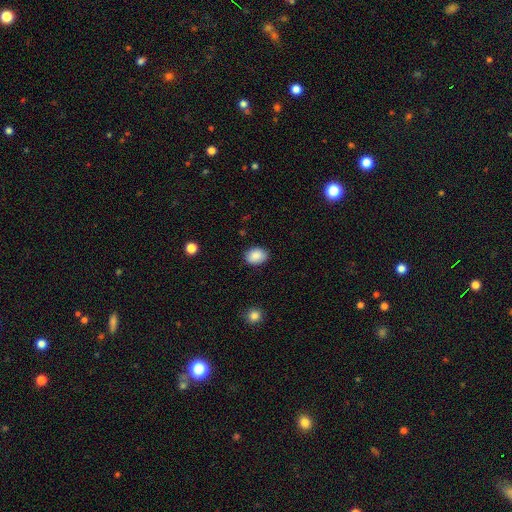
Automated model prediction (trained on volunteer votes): A smooth galaxy with no disk features (88%) that is in between round and cigar-shaped (69%). Merging: none (86%).